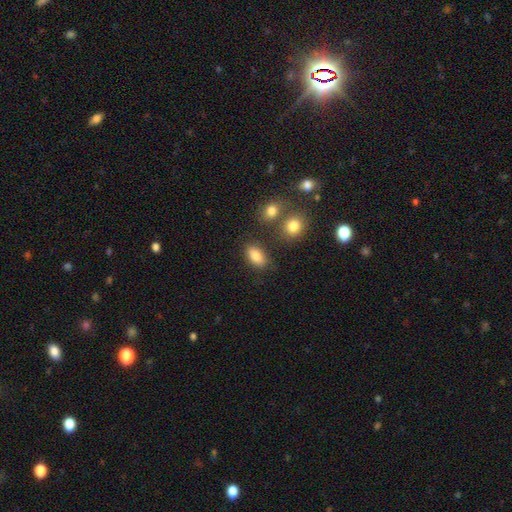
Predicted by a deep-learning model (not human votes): A smooth galaxy with no disk features (84%) that is in between round and cigar-shaped (88%). Merging: none (77%).